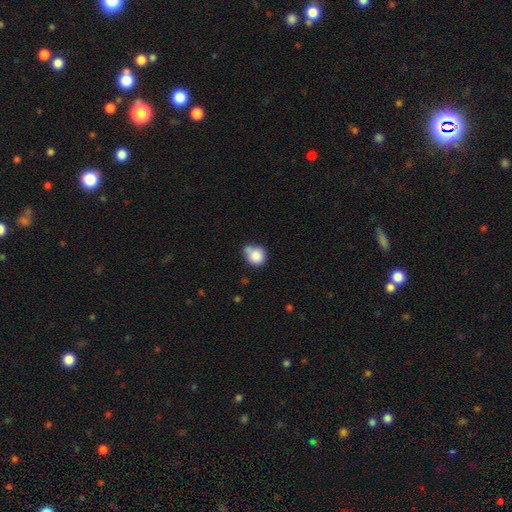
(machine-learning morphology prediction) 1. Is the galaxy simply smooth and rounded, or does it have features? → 84% smooth, 9% star or artifact, 7% featured or disk.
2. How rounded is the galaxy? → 80% round, 19% in between, 1% cigar-shaped.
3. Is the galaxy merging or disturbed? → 46% none, 25% merger, 22% minor disturbance, 6% major disturbance.